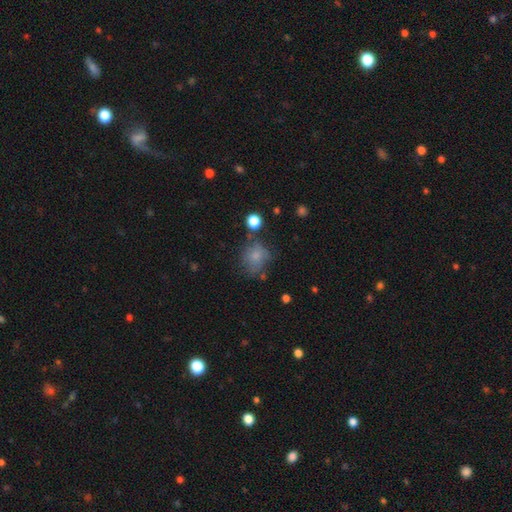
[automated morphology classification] Overall: smooth (73%). How rounded: round (69%; in between 30%). Merging: none (55%; minor disturbance 24%).